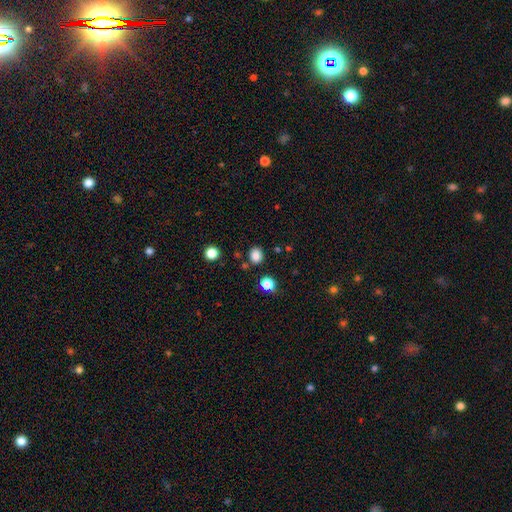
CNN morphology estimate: Smooth or featured? Predicted: smooth (p=0.84). How rounded? Predicted: round (p=0.65). Merging? Predicted: none (p=0.83).